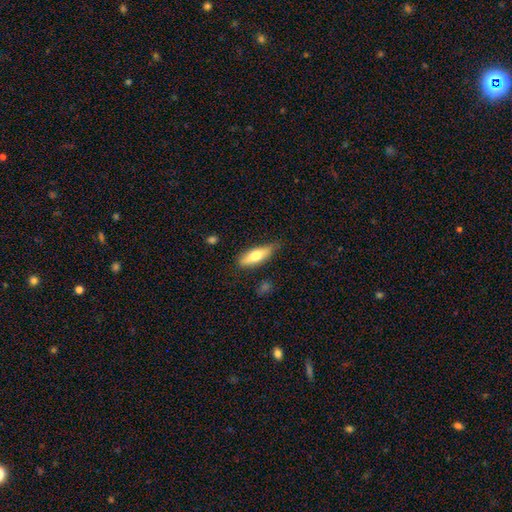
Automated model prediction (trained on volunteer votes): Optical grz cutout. It shows a smooth galaxy with no disk features (62%) that is in between round and cigar-shaped (50%). Merging: none (70%).